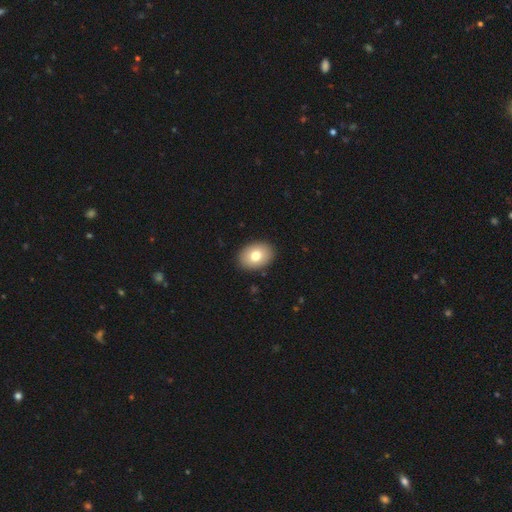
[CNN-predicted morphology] smooth 78%, featured or disk 15%, star or artifact 8%. Down the decision tree: how rounded — in between (74%); merging — none (90%).